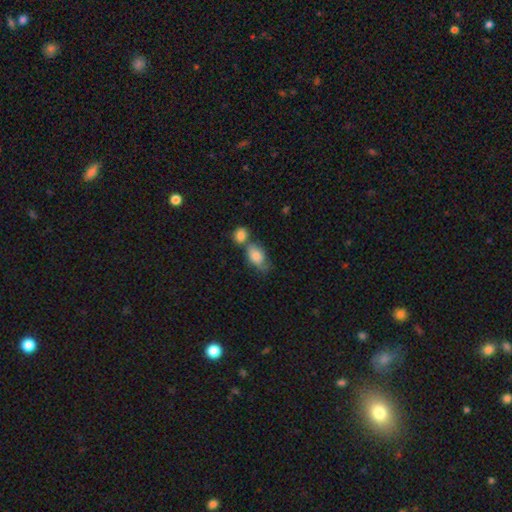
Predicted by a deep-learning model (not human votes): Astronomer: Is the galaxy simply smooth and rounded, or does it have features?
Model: smooth — 81%.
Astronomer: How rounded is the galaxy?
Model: in between — 84%.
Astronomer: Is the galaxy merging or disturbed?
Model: merger — 44% (runner-up: none, 31%).